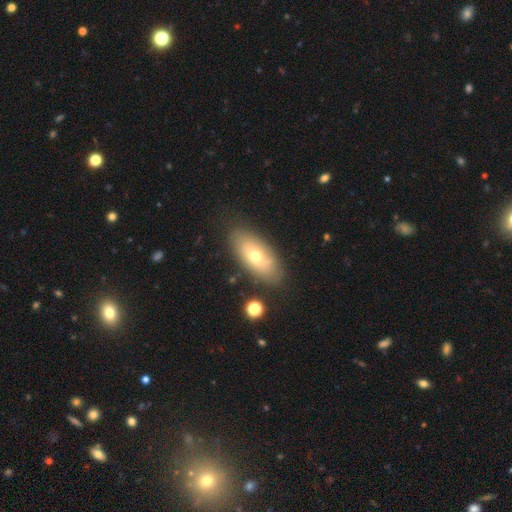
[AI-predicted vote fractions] Smooth or featured? Predicted: smooth (p=0.56). How rounded? Predicted: in between (p=0.88). Merging? Predicted: none (p=0.80).